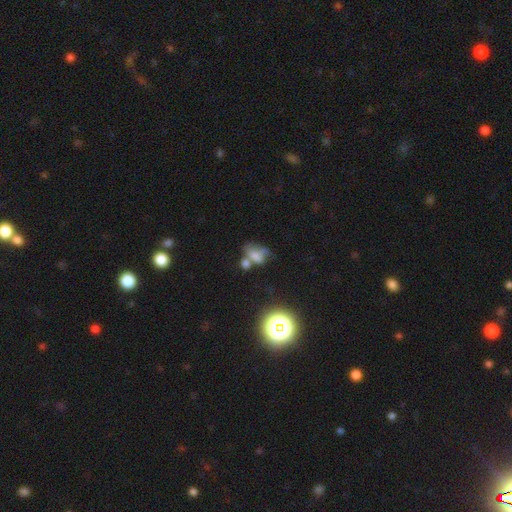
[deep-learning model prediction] smooth 53%, featured or disk 26%, star or artifact 21%. Down the decision tree: how rounded — in between (74%); merging — merger (43%).